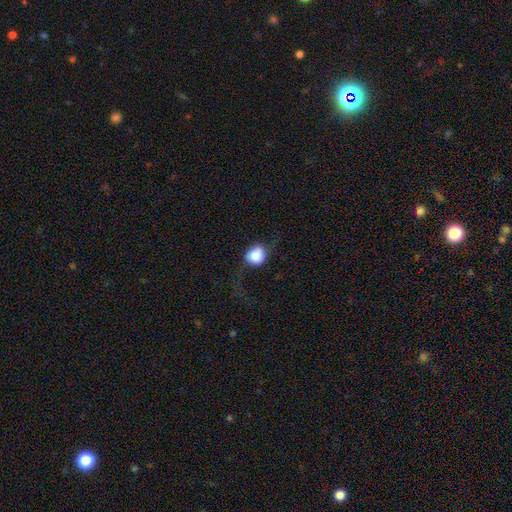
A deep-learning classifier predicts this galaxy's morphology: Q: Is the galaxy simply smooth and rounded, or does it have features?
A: smooth — 76%.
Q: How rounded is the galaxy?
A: round — 76%.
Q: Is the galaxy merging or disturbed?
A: none — 52%.